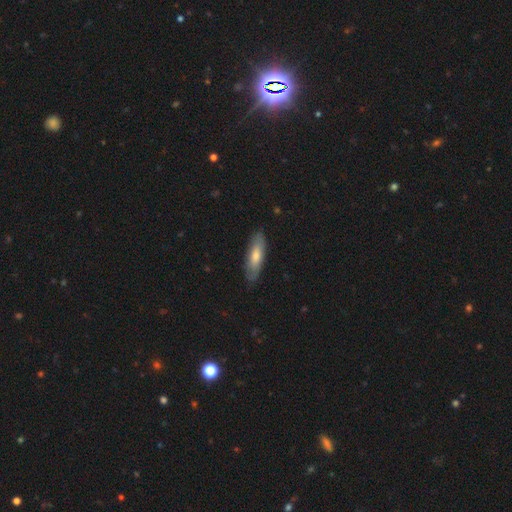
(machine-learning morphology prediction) smooth_or_featured: smooth (p=0.63) [alt: featured or disk p=0.31]
how_rounded: cigar-shaped (p=0.57) [alt: in between p=0.41]
merging: none (p=0.84) [alt: minor disturbance p=0.12]